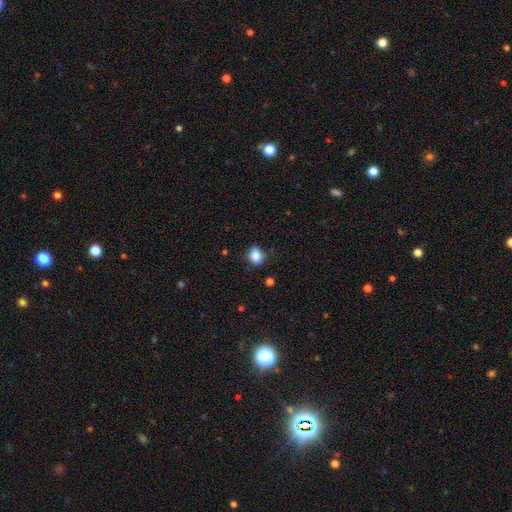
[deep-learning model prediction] Overall: smooth (84%). How rounded: round (50%; in between 49%). Merging: none (72%).